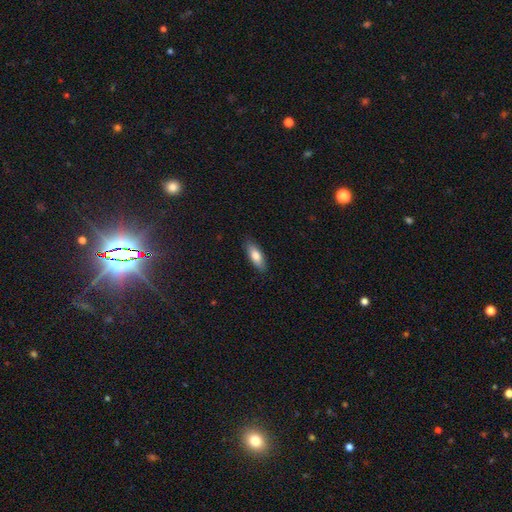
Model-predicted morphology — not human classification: smooth 78%, featured or disk 15%, star or artifact 6%. Down the decision tree: how rounded — in between (68%); merging — none (87%).